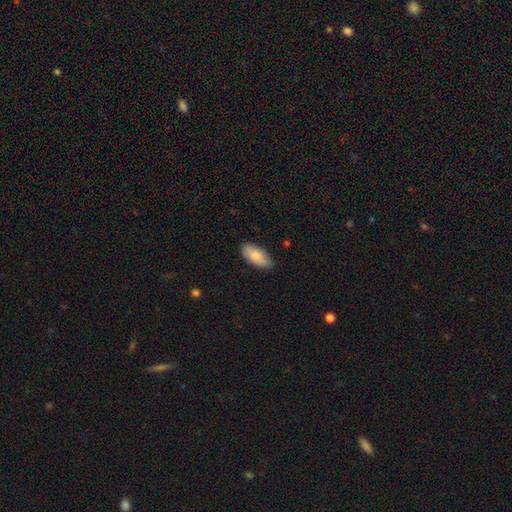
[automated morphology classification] Smooth or featured? smooth (86%)
How rounded? in between (92%)
Merging? none (84%)